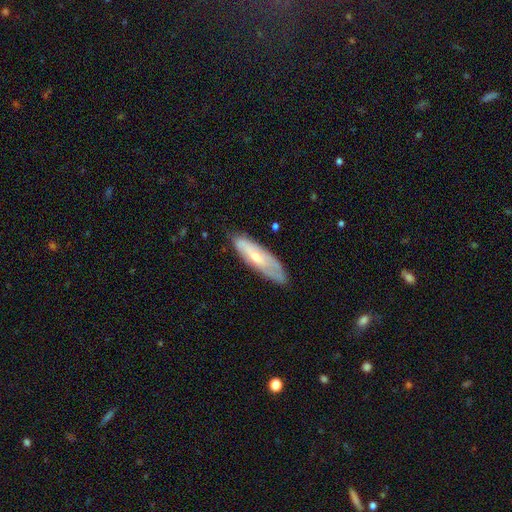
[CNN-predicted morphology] Smooth or featured? featured or disk (48%)
Merging? none (70%)